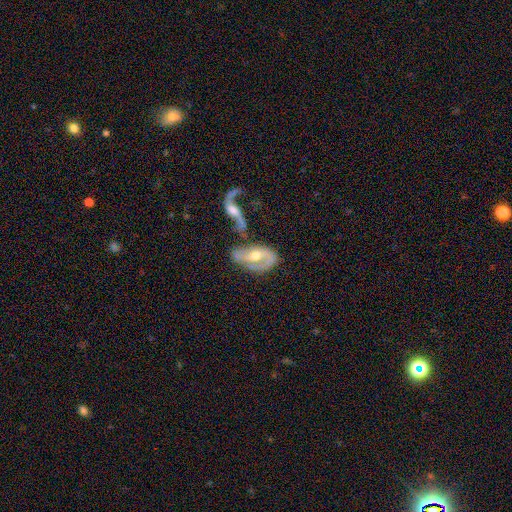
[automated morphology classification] Q: Smooth or featured?
A: featured or disk (74%); runner-up: smooth (20%)
Q: Edge-on disk?
A: no (93%); runner-up: yes (7%)
Q: Bar?
A: no (42%); runner-up: weak (38%)
Q: Spiral arms?
A: yes (77%); runner-up: no (23%)
Q: Spiral winding?
A: loose (45%); runner-up: medium (37%)
Q: Spiral arm count?
A: 2 (71%); runner-up: 1 (13%)
Q: Bulge size?
A: moderate (71%); runner-up: small (21%)
Q: Merging?
A: none (34%); runner-up: merger (29%)